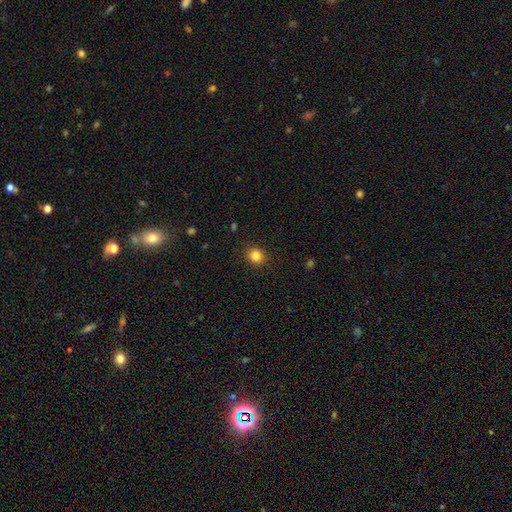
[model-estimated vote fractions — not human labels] smooth-or-featured: smooth: 84% | star or artifact: 11% | featured or disk: 4%
  how-rounded: round: 83% | in between: 16% | cigar-shaped: 1%
  merging: none: 90% | minor disturbance: 7% | major disturbance: 2% | merger: 1%